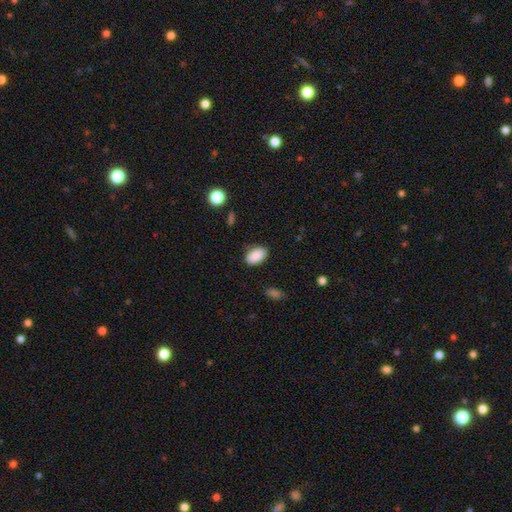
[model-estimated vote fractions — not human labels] Q: Smooth or featured?
A: smooth (90%); runner-up: star or artifact (7%)
Q: How rounded?
A: in between (90%); runner-up: round (9%)
Q: Merging?
A: none (84%); runner-up: minor disturbance (12%)